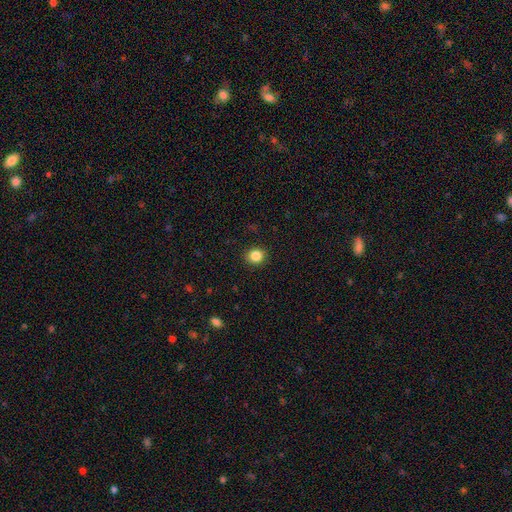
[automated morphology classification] This appears to be a smooth galaxy with no disk features (85%) that is round (82%). Merging: none (91%).